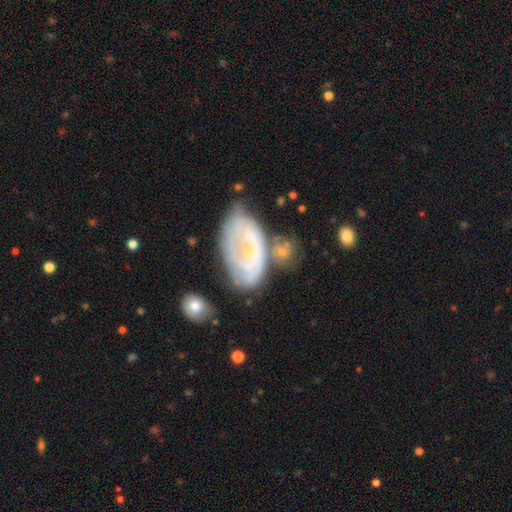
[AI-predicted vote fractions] smooth_or_featured: featured or disk (p=0.66) [alt: smooth p=0.26]
disk_edge_on: no (p=0.96) [alt: yes p=0.04]
bar: no (p=0.70) [alt: weak p=0.24]
has_spiral_arms: yes (p=0.61) [alt: no p=0.39]
bulge_size: small (p=0.49) [alt: none p=0.30]
merging: none (p=0.33) [alt: major disturbance p=0.25]